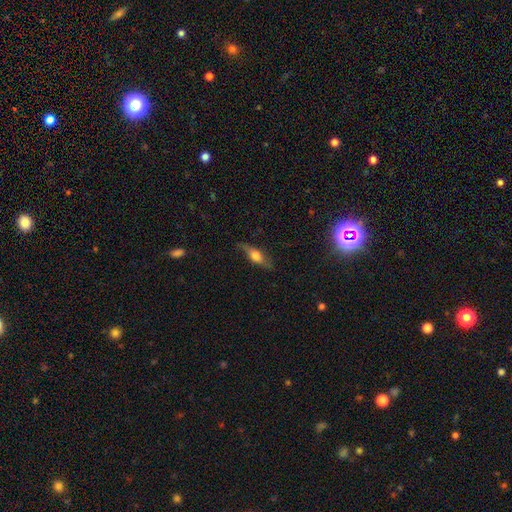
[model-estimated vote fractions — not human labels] smooth 49%, featured or disk 44%, star or artifact 7%. Down the decision tree: merging — none (75%).